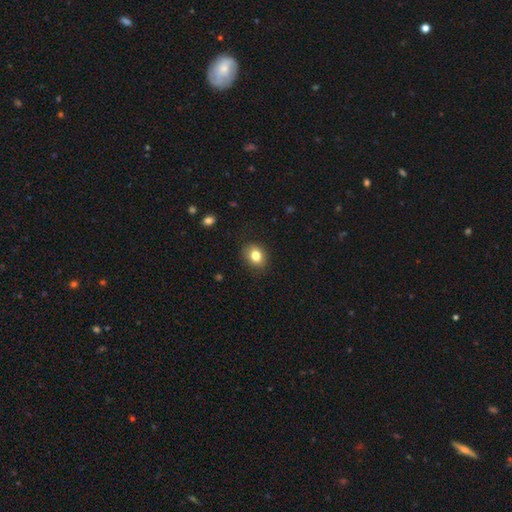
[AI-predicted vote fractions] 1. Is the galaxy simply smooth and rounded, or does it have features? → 81% smooth, 10% star or artifact, 9% featured or disk.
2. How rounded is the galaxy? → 54% round, 45% in between, 1% cigar-shaped.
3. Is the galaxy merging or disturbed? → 85% none, 11% minor disturbance, 3% major disturbance, 1% merger.